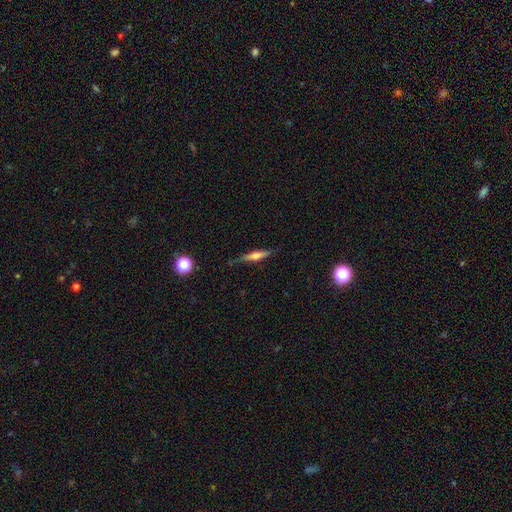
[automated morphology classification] The model was most divided on "smooth or featured": featured or disk: 51%, smooth: 41%, star or artifact: 8%. More confident: edge-on disk — yes (95%); merging — none (77%).